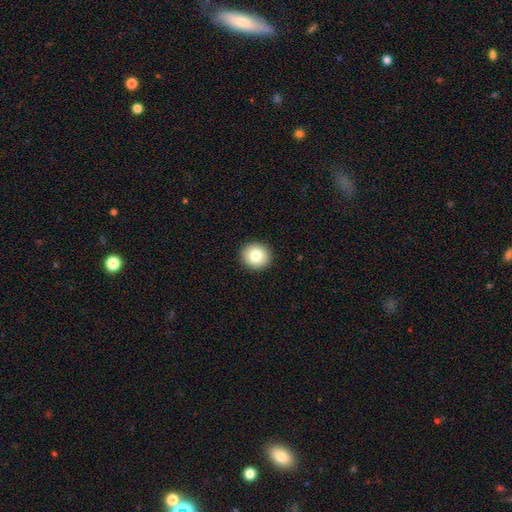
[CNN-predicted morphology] The model was most divided on "smooth or featured": smooth: 81%, featured or disk: 10%, star or artifact: 9%. More confident: merging — none (93%); how rounded — round (88%).